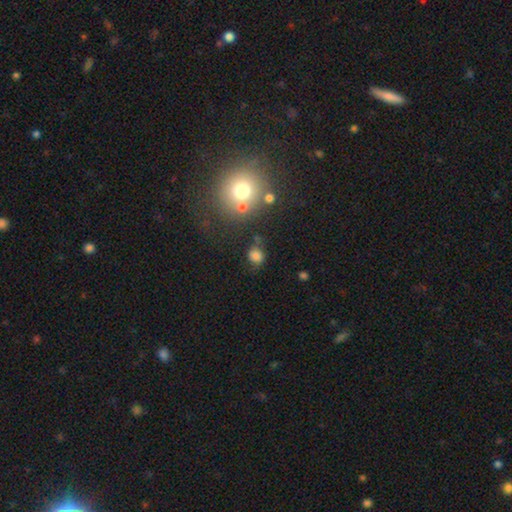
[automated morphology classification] Smooth or featured: smooth — 77% (star or artifact — 16%)
How rounded: round — 75% (in between — 23%)
Merging: none — 65% (minor disturbance — 19%)